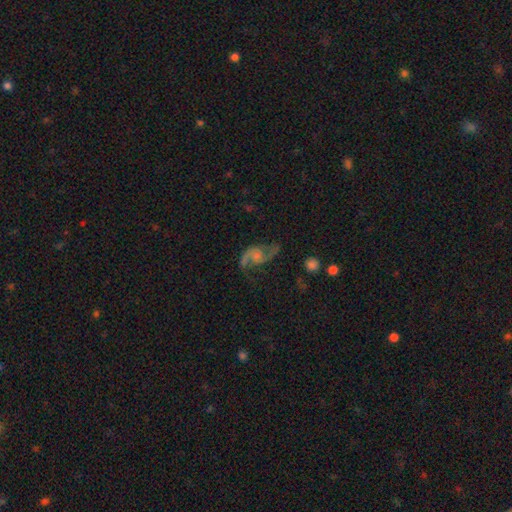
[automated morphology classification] This appears to be a featured or disk galaxy (83%) with no bar (64%), 2 (91%) loose (63%) spiral arms (95%) and a small central bulge (44%). Merging: none (61%).